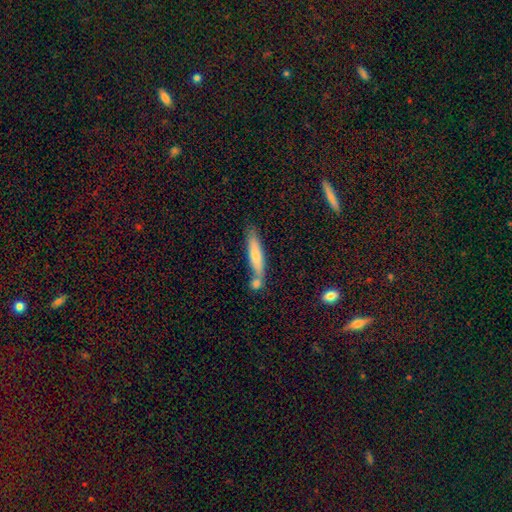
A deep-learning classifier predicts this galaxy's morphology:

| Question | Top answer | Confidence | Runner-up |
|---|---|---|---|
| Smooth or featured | smooth | 69% | featured or disk (24%) |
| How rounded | cigar-shaped | 84% | in between (14%) |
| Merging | none | 56% | merger (25%) |